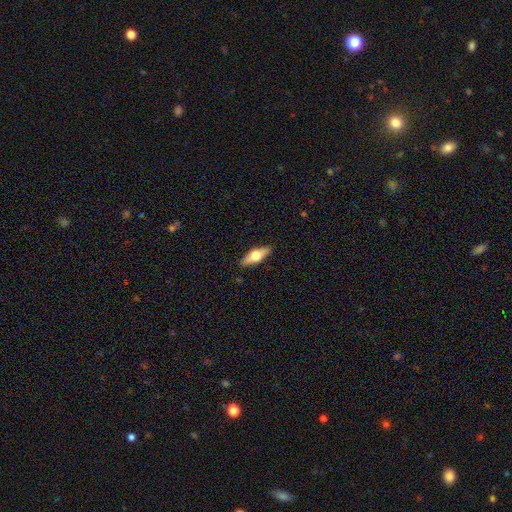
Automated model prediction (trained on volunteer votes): Smooth or featured? Predicted: featured or disk (p=0.49). Merging? Predicted: none (p=0.88).